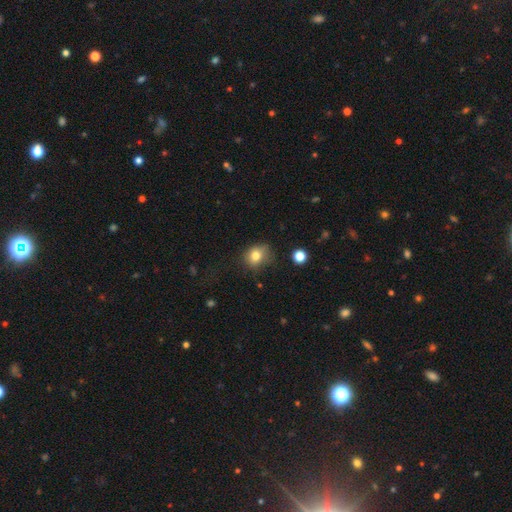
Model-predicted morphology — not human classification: smooth-or-featured: smooth: 78% | star or artifact: 12% | featured or disk: 10%
  how-rounded: round: 61% | in between: 38% | cigar-shaped: 1%
  merging: none: 61% | minor disturbance: 26% | major disturbance: 10% | merger: 3%